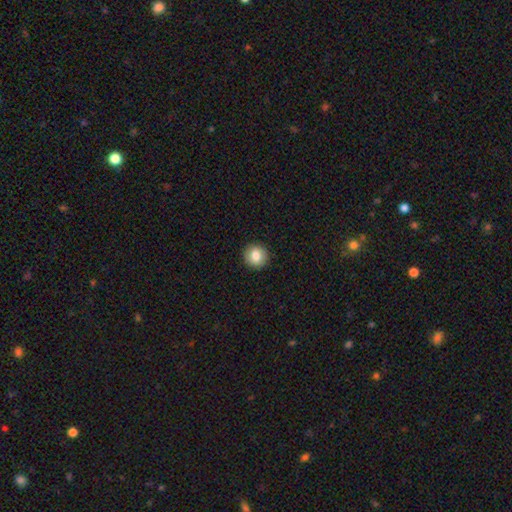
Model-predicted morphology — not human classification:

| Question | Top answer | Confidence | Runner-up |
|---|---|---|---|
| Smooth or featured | smooth | 84% | star or artifact (9%) |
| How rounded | round | 93% | in between (6%) |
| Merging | none | 92% | minor disturbance (5%) |